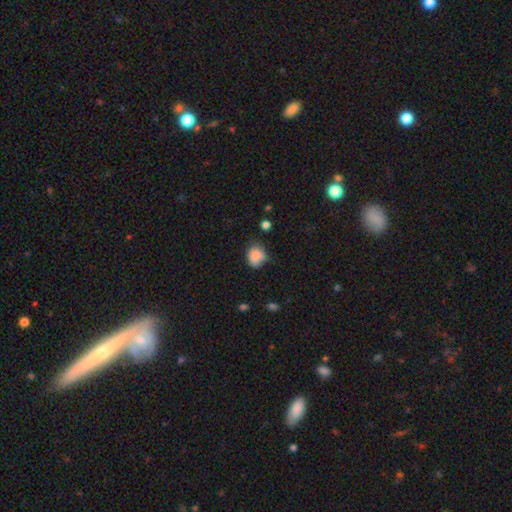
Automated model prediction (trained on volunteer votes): Overall: smooth (82%). How rounded: round (52%; in between 47%). Merging: none (45%; minor disturbance 38%).